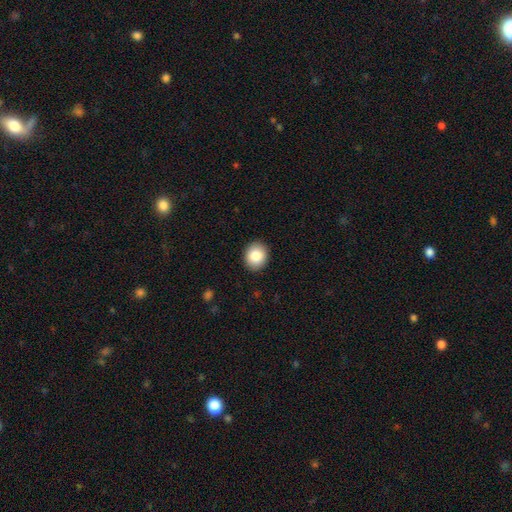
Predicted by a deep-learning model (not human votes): Smooth or featured? smooth (85%)
How rounded? round (66%)
Merging? none (91%)